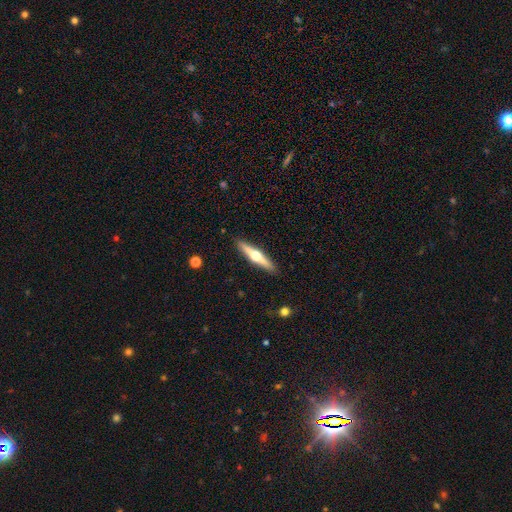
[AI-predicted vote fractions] This appears to be a featured or disk galaxy (66%) viewed edge-on (97%) with a rounded central bulge (96%). Merging: none (90%).